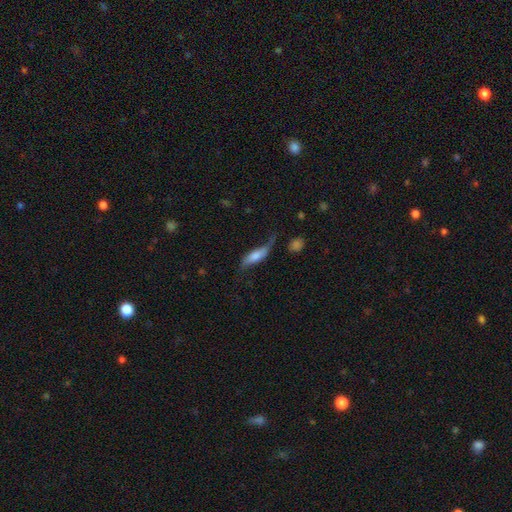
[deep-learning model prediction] A smooth galaxy with no disk features (50%) that is in between round and cigar-shaped (54%).

Vote fractions:
- Smooth or featured? smooth: 50% / featured or disk: 42% / star or artifact: 8%
- How rounded? in between: 54% / cigar-shaped: 43% / round: 3%
- Merging? none: 41% / minor disturbance: 27% / major disturbance: 25% / merger: 7%